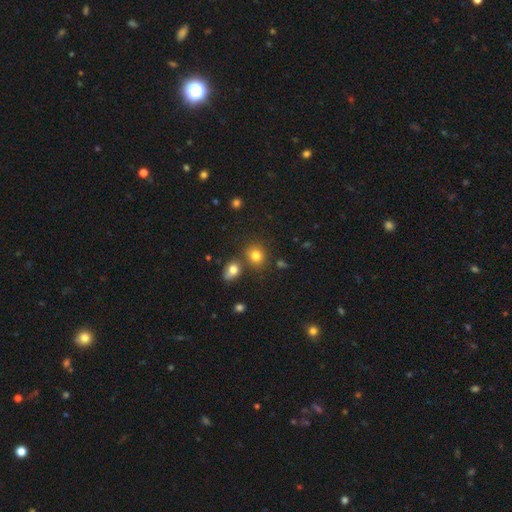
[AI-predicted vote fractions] Smooth or featured?
  - smooth: 80% *
  - star or artifact: 13%
  - featured or disk: 7%
How rounded?
  - round: 74% *
  - in between: 25%
  - cigar-shaped: 1%
Merging?
  - none: 70% *
  - merger: 16%
  - minor disturbance: 10%
  - major disturbance: 3%